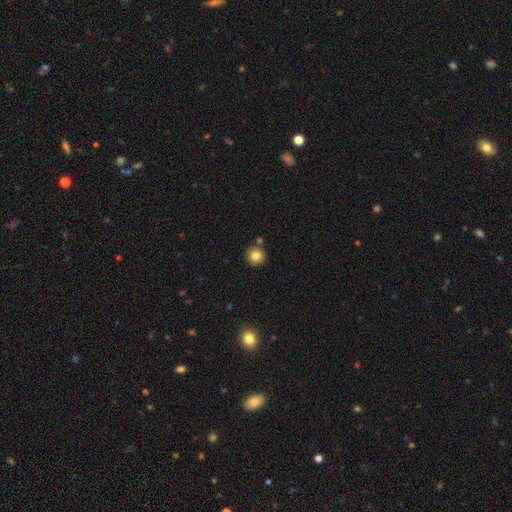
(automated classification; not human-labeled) The model was most divided on "smooth or featured": smooth: 82%, star or artifact: 10%, featured or disk: 7%. More confident: how rounded — round (94%); merging — none (86%).